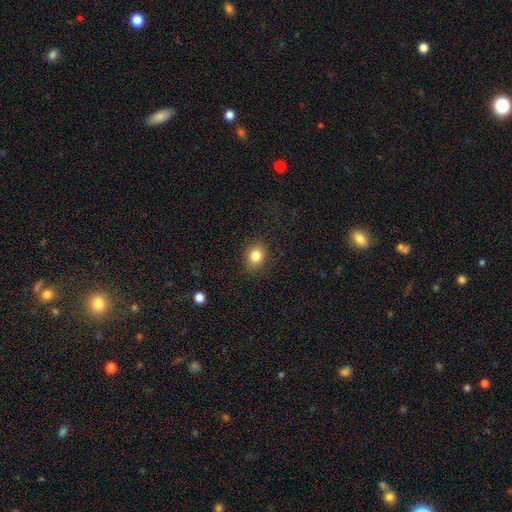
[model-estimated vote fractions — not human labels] Overall: smooth (82%). How rounded: round (54%; in between 45%). Merging: none (87%).